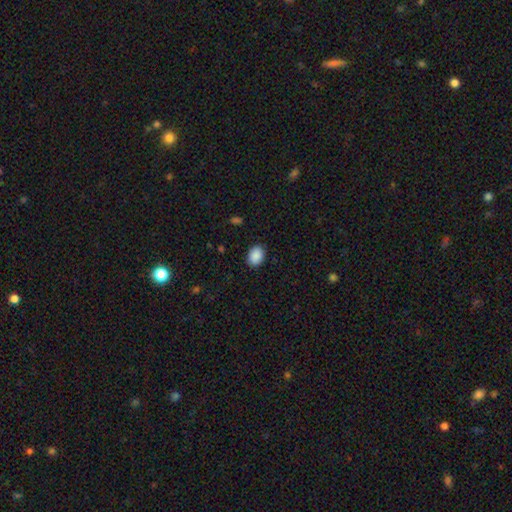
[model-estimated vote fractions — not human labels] Smooth or featured: smooth — 90% (star or artifact — 7%)
How rounded: in between — 71% (round — 28%)
Merging: none — 89% (minor disturbance — 8%)